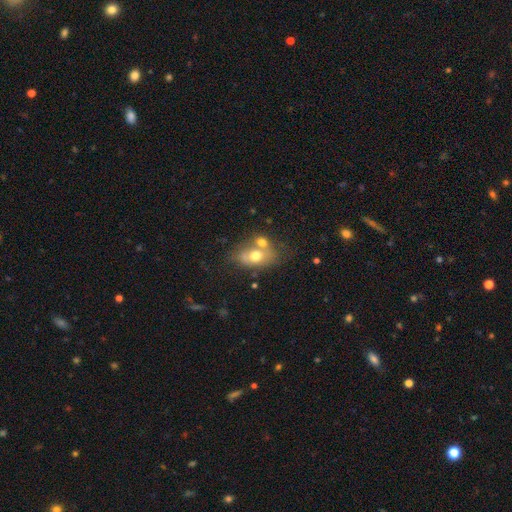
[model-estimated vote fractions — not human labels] smooth-or-featured: smooth: 61% | featured or disk: 29% | star or artifact: 10%
  how-rounded: in between: 69% | round: 29% | cigar-shaped: 2%
  merging: merger: 40% | none: 38% | minor disturbance: 15% | major disturbance: 7%